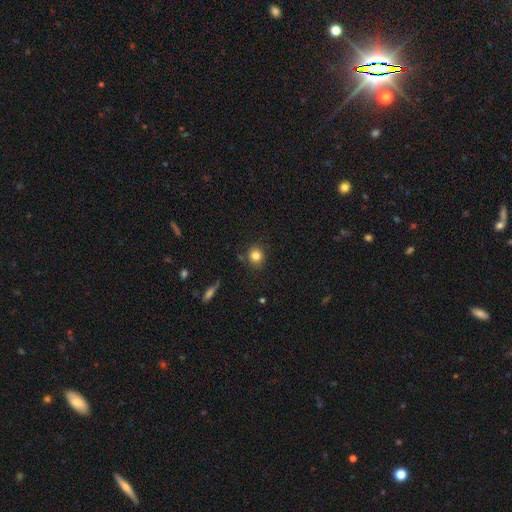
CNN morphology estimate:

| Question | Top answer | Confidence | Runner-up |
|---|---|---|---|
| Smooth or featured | smooth | 82% | star or artifact (11%) |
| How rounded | round | 85% | in between (14%) |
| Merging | none | 85% | minor disturbance (10%) |